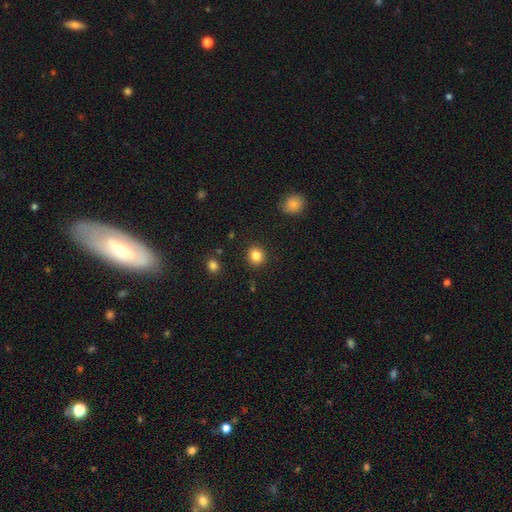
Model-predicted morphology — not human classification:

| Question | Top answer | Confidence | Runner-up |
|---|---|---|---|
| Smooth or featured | smooth | 84% | star or artifact (10%) |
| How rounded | round | 89% | in between (10%) |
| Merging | none | 91% | minor disturbance (6%) |